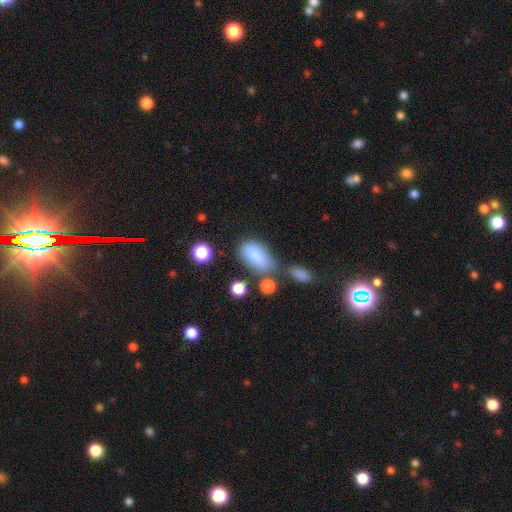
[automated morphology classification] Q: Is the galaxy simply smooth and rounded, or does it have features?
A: smooth — 81%.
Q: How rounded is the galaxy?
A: in between — 88%.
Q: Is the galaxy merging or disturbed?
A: none — 48%.